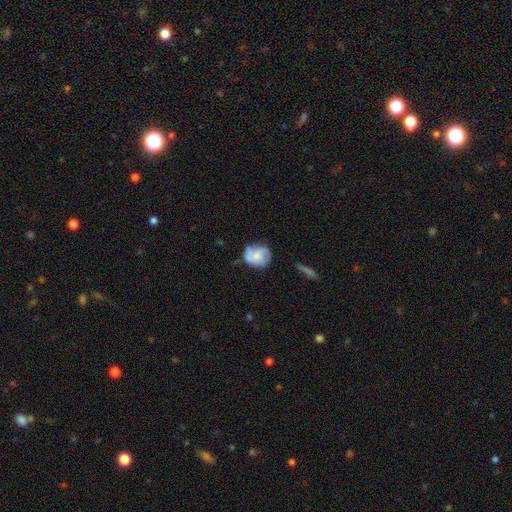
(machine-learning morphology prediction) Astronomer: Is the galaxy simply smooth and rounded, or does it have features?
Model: smooth — 50% (runner-up: featured or disk, 42%).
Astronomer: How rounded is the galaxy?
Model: round — 68%.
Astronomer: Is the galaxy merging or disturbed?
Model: none — 55%.